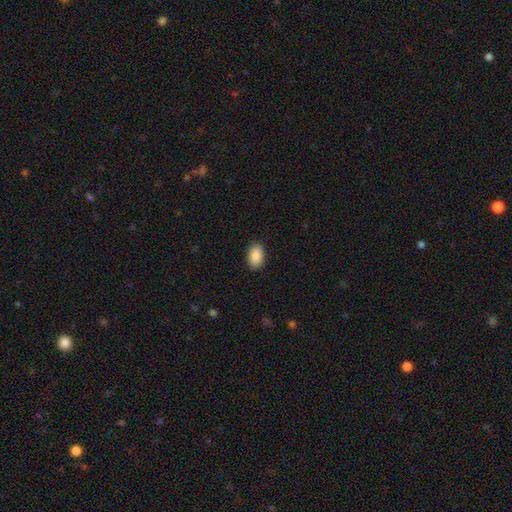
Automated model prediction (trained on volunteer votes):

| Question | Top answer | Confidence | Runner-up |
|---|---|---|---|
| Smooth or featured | smooth | 89% | star or artifact (7%) |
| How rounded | in between | 92% | round (6%) |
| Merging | none | 89% | minor disturbance (8%) |